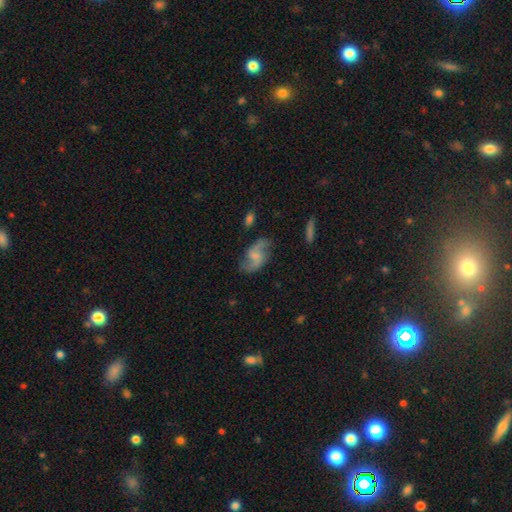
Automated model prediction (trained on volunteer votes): Smooth or featured? Predicted: featured or disk (p=0.77). Edge-on disk? Predicted: no (p=0.97). Bar? Predicted: weak (p=0.47). Spiral arms? Predicted: yes (p=0.93). Spiral winding? Predicted: loose (p=0.66). Spiral arm count? Predicted: 2 (p=0.92). Bulge size? Predicted: none (p=0.42). Merging? Predicted: none (p=0.72).